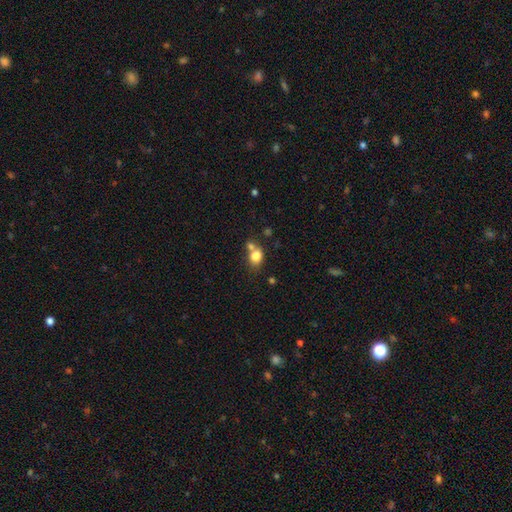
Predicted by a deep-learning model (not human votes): Morphology: type=smooth (80%); roundness=round (52%); merging=none (49%).